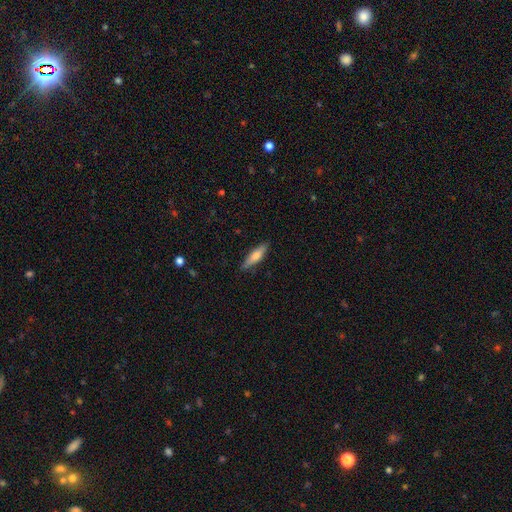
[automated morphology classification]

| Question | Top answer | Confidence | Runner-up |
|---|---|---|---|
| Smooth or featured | smooth | 65% | featured or disk (29%) |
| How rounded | cigar-shaped | 71% | in between (28%) |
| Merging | none | 87% | minor disturbance (10%) |